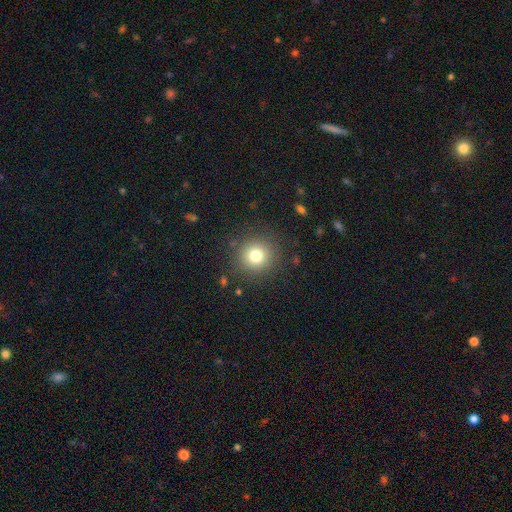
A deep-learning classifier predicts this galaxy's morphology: A smooth galaxy with no disk features (77%) that is round (92%).

Vote fractions:
- Smooth or featured? smooth: 77% / star or artifact: 14% / featured or disk: 9%
- How rounded? round: 92% / in between: 7% / cigar-shaped: 1%
- Merging? none: 88% / minor disturbance: 7% / major disturbance: 3% / merger: 1%